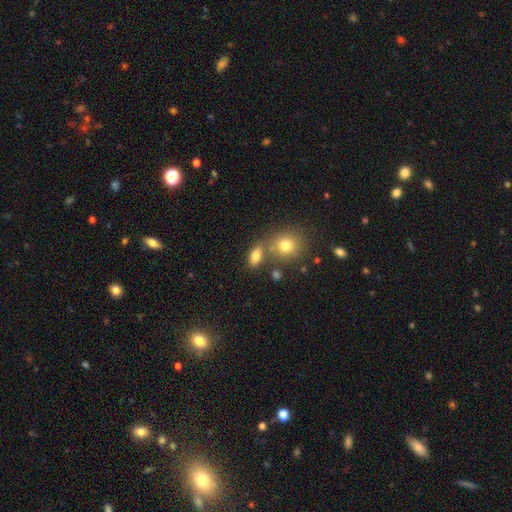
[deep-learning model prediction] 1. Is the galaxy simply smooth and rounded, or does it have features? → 79% smooth, 11% star or artifact, 10% featured or disk.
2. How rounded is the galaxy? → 78% in between, 16% round, 6% cigar-shaped.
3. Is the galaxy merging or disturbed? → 63% none, 21% merger, 12% minor disturbance, 5% major disturbance.